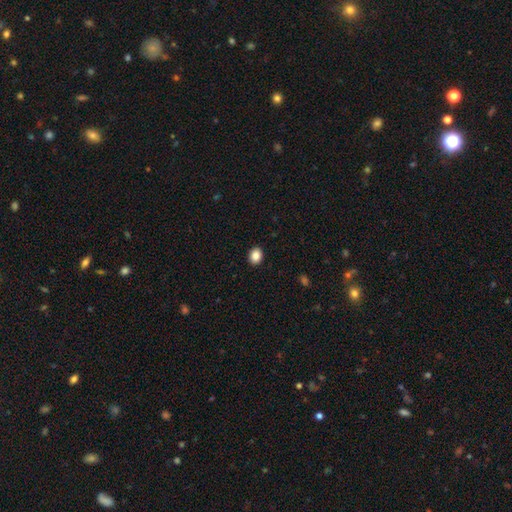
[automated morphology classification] Smooth or featured? smooth (88%)
How rounded? round (51%)
Merging? none (92%)